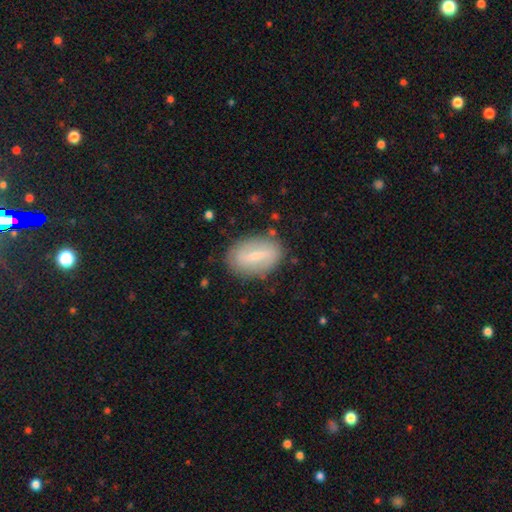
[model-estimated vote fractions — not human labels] This appears to be a smooth galaxy with no disk features (53%) that is in between round and cigar-shaped (87%). Merging: none (80%).